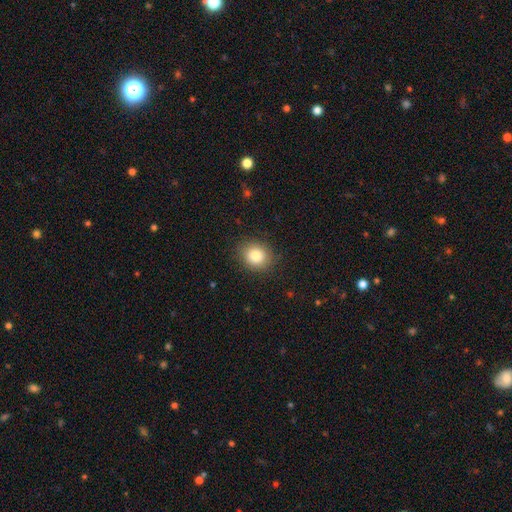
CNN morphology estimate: The model was most divided on "how rounded": round: 66%, in between: 33%, cigar-shaped: 1%. More confident: merging — none (87%); smooth or featured — smooth (83%).